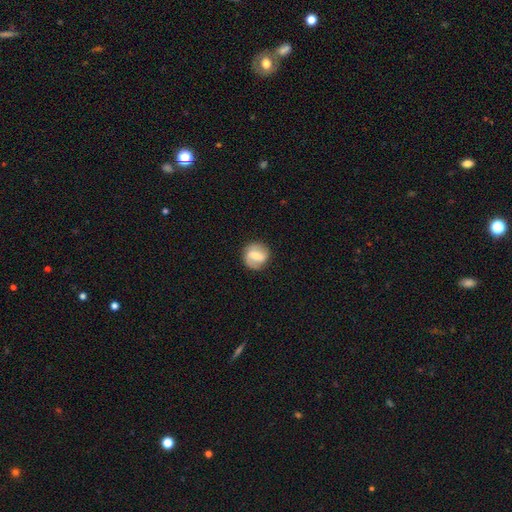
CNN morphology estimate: Smooth or featured? featured or disk (52%)
Edge-on disk? no (96%)
Bar? strong (47%)
Spiral arms? yes (71%)
Bulge size? moderate (46%)
Merging? none (83%)